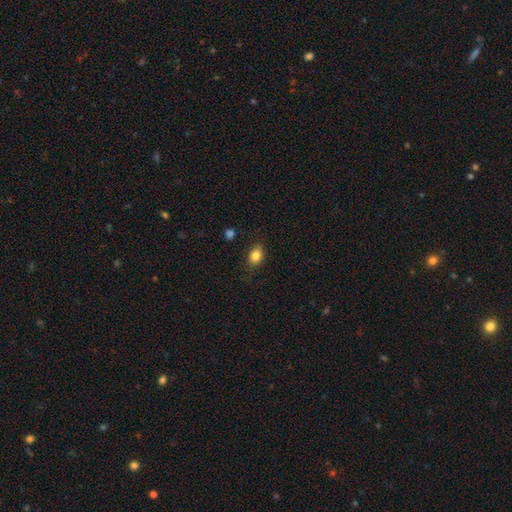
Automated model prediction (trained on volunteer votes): Q: Smooth or featured?
A: smooth (83%); runner-up: star or artifact (10%)
Q: How rounded?
A: in between (70%); runner-up: round (28%)
Q: Merging?
A: none (83%); runner-up: minor disturbance (13%)